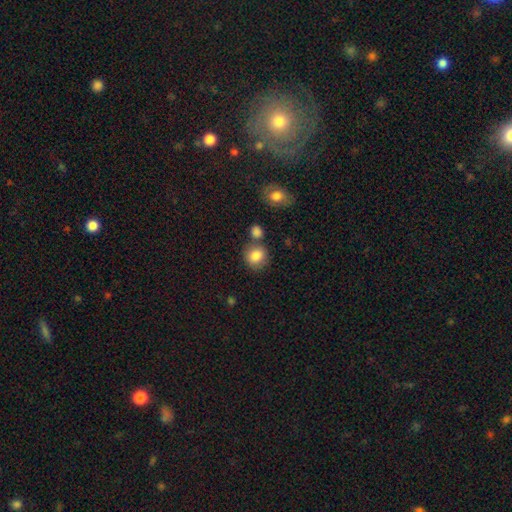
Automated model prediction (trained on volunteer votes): A smooth galaxy with no disk features (85%) that is round (75%).

Vote fractions:
- Smooth or featured? smooth: 85% / star or artifact: 8% / featured or disk: 6%
- How rounded? round: 75% / in between: 24% / cigar-shaped: 1%
- Merging? none: 68% / merger: 16% / minor disturbance: 13% / major disturbance: 4%